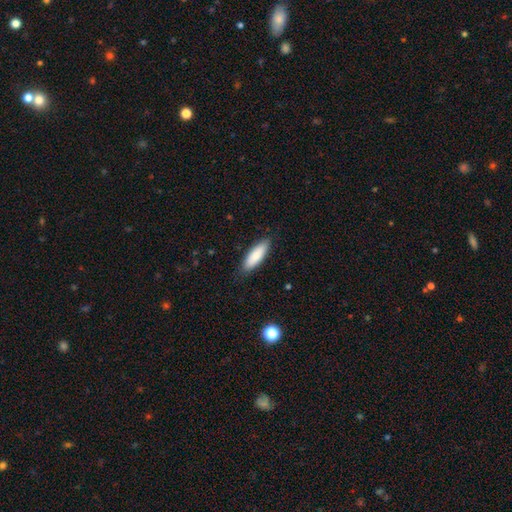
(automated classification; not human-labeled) This appears to be a smooth galaxy with no disk features (84%) that is in between round and cigar-shaped (53%). Merging: none (86%).